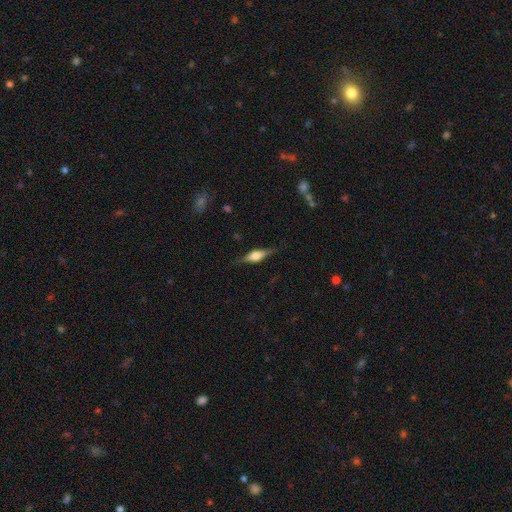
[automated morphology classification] smooth_or_featured: featured or disk (p=0.57) [alt: smooth p=0.36]
disk_edge_on: yes (p=0.95) [alt: no p=0.05]
edge_on_bulge: rounded (p=0.83) [alt: boxy p=0.15]
merging: none (p=0.82) [alt: minor disturbance p=0.14]